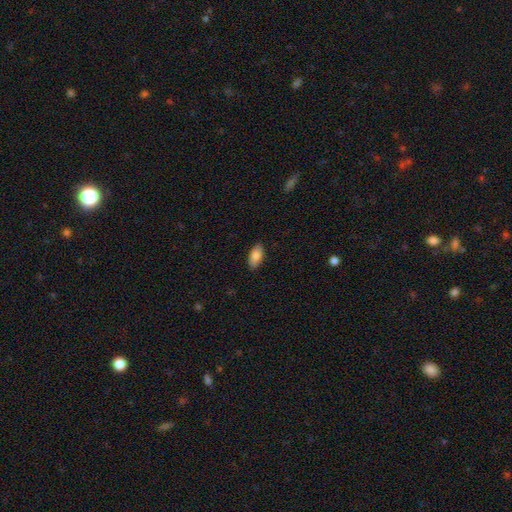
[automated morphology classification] A smooth galaxy with no disk features (84%) that is in between round and cigar-shaped (93%).

Vote fractions:
- Smooth or featured? smooth: 84% / featured or disk: 9% / star or artifact: 7%
- How rounded? in between: 93% / cigar-shaped: 4% / round: 3%
- Merging? none: 88% / minor disturbance: 9% / major disturbance: 2% / merger: 1%